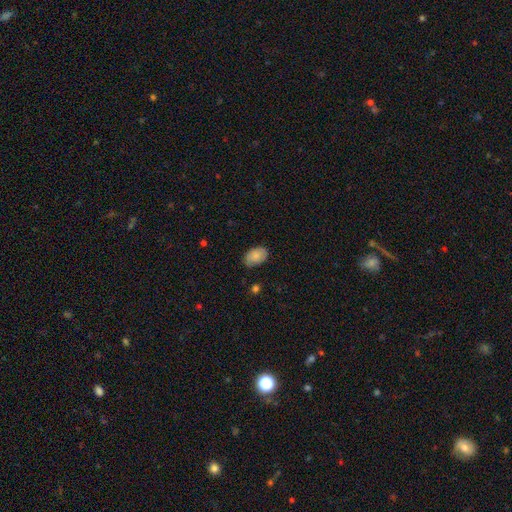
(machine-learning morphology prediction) Q: Smooth or featured?
A: smooth (82%); runner-up: featured or disk (11%)
Q: How rounded?
A: in between (89%); runner-up: round (10%)
Q: Merging?
A: none (73%); runner-up: minor disturbance (22%)